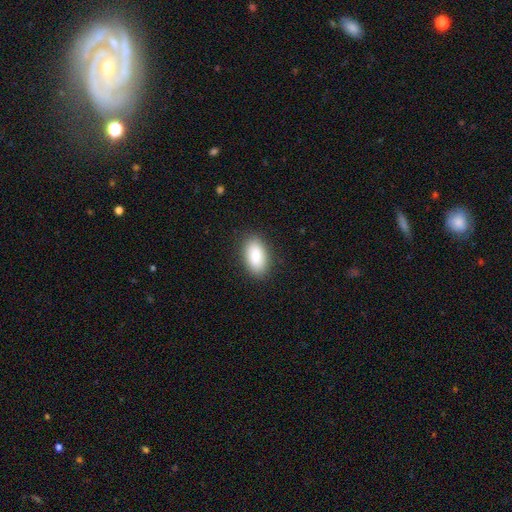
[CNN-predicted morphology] Smooth or featured?
  - smooth: 88% *
  - star or artifact: 6%
  - featured or disk: 6%
How rounded?
  - in between: 94% *
  - round: 3%
  - cigar-shaped: 3%
Merging?
  - none: 88% *
  - minor disturbance: 9%
  - major disturbance: 2%
  - merger: 1%